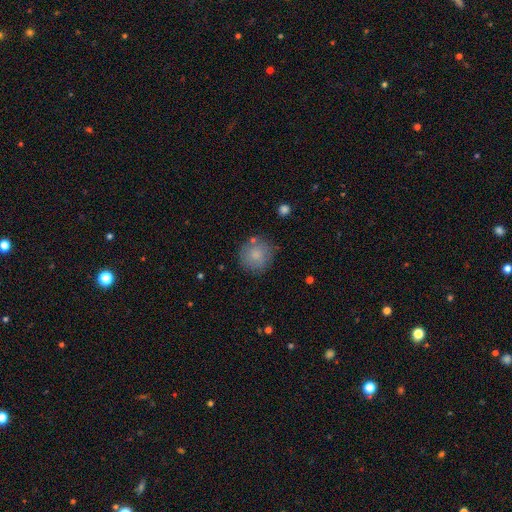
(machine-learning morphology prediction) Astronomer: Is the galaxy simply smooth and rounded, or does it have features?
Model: smooth — 80%.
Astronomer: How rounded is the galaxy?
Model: round — 93%.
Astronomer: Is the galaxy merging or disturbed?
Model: none — 78%.